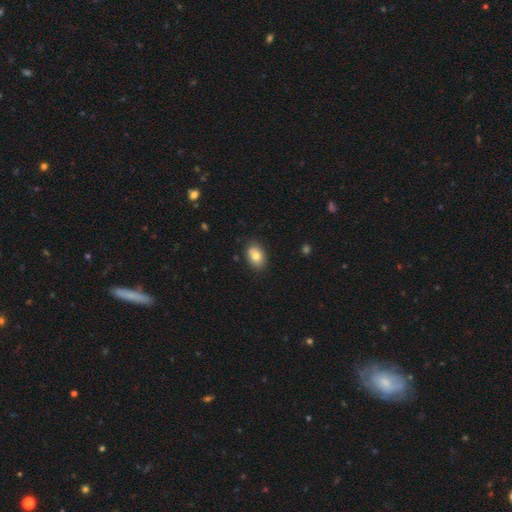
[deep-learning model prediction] Smooth or featured?
  - smooth: 78% *
  - featured or disk: 14%
  - star or artifact: 9%
How rounded?
  - in between: 76% *
  - round: 23%
  - cigar-shaped: 1%
Merging?
  - none: 81% *
  - minor disturbance: 14%
  - merger: 3%
  - major disturbance: 2%